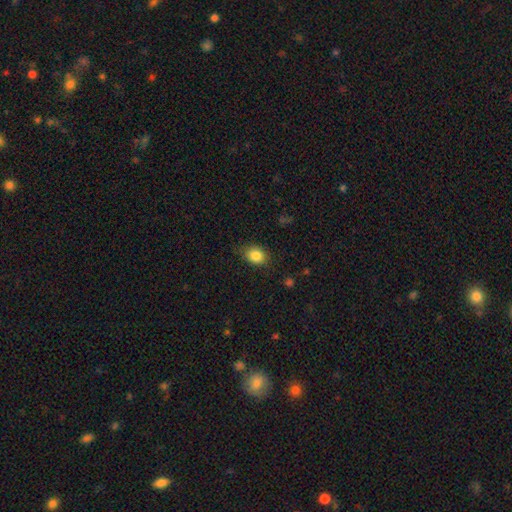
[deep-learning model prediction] This is clearly a smooth galaxy (85%). How rounded: possibly in between (56%). Merging: likely none (79%).